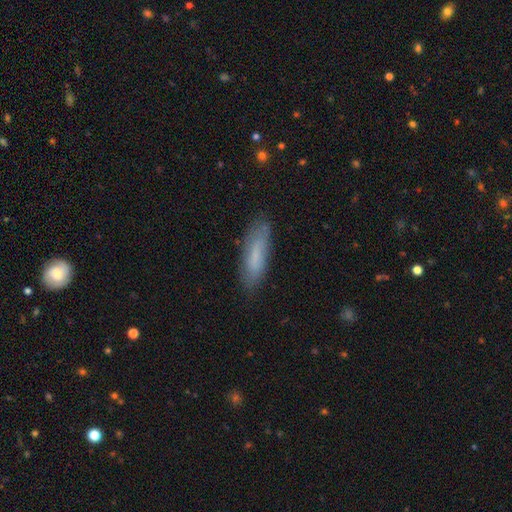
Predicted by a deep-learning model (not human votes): Smooth or featured?
  - smooth: 73% *
  - featured or disk: 20%
  - star or artifact: 7%
How rounded?
  - cigar-shaped: 57% *
  - in between: 41%
  - round: 2%
Merging?
  - none: 80% *
  - minor disturbance: 15%
  - major disturbance: 3%
  - merger: 1%